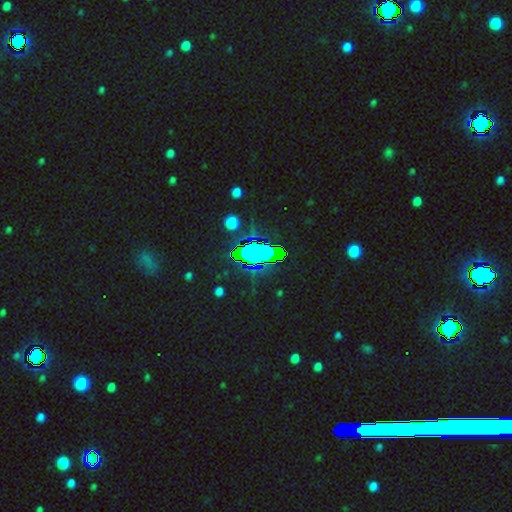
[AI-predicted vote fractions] A star or artifact, not a galaxy (69%).

Vote fractions:
- Smooth or featured? star or artifact: 69% / smooth: 20% / featured or disk: 11%